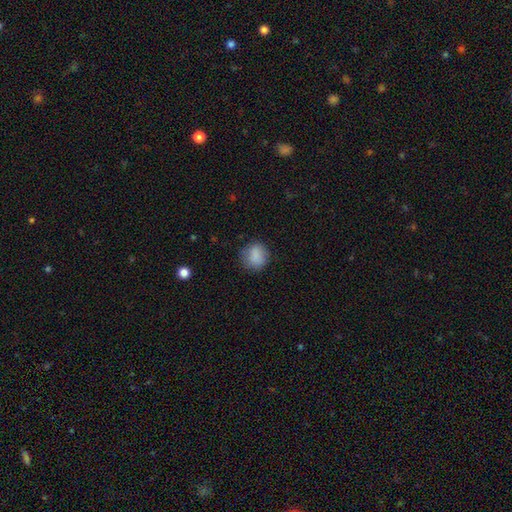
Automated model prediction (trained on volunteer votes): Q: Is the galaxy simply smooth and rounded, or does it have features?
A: smooth — 85%.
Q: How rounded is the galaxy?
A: round — 80%.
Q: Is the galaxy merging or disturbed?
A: none — 78%.